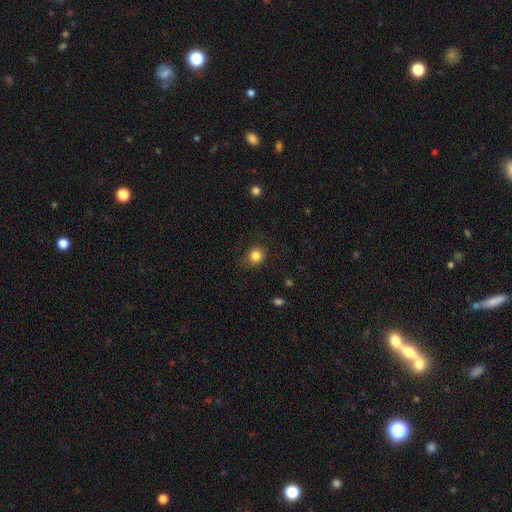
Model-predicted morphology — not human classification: Smooth or featured? Predicted: smooth (p=0.83). How rounded? Predicted: round (p=0.80). Merging? Predicted: none (p=0.80).